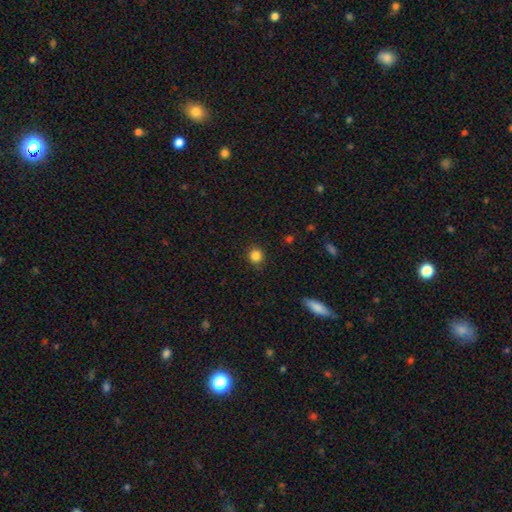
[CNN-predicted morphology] smooth-or-featured: smooth: 85% | star or artifact: 11% | featured or disk: 4%
  how-rounded: round: 86% | in between: 13% | cigar-shaped: 1%
  merging: none: 90% | minor disturbance: 7% | major disturbance: 2% | merger: 1%